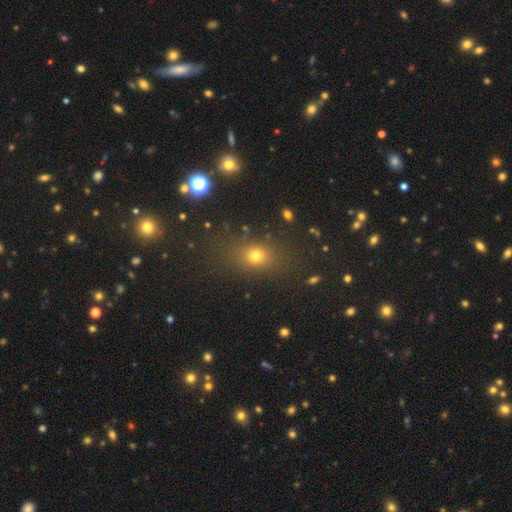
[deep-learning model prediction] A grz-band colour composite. It shows a smooth galaxy with no disk features (66%) that is round (49%). Merging: none (81%).